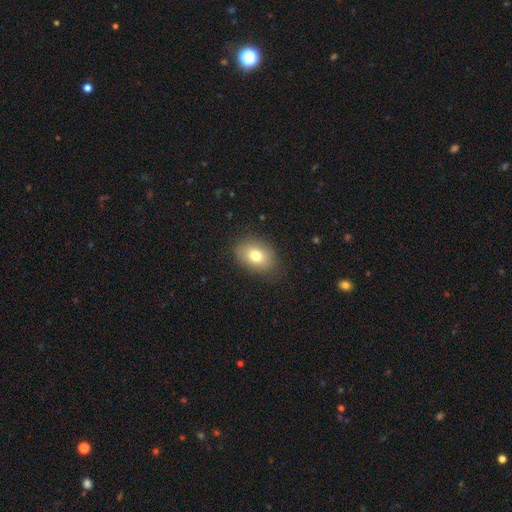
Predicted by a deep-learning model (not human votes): smooth 76%, featured or disk 14%, star or artifact 10%. Down the decision tree: how rounded — in between (77%); merging — none (83%).